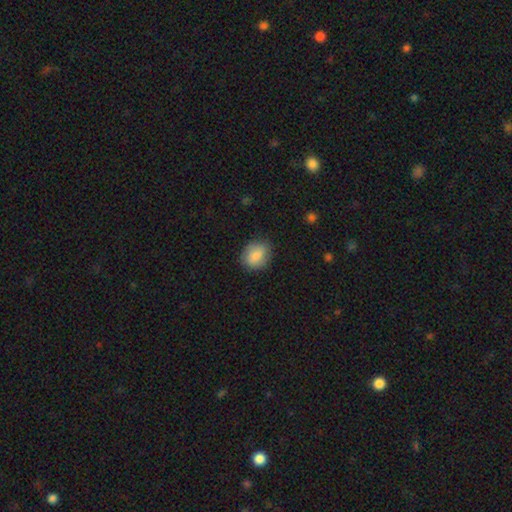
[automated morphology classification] This appears to be a smooth galaxy with no disk features (83%) that is round (56%). Merging: none (82%).